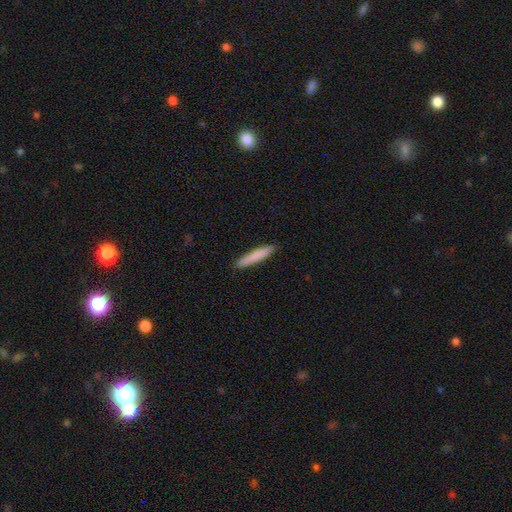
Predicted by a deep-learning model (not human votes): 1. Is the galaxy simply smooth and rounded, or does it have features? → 83% smooth, 12% featured or disk, 6% star or artifact.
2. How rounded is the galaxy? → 93% cigar-shaped, 6% in between, 1% round.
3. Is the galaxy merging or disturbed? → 90% none, 7% minor disturbance, 1% major disturbance, 1% merger.